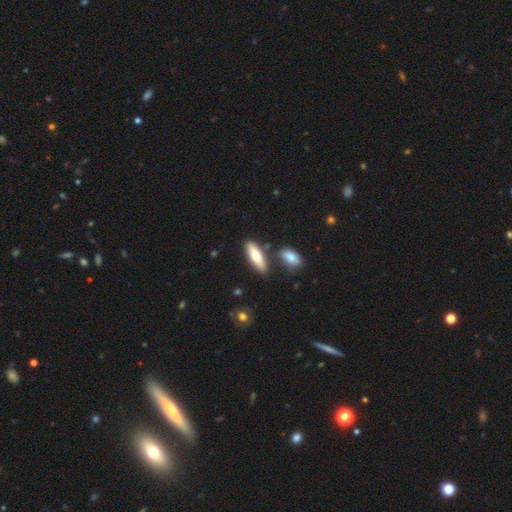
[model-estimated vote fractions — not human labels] The model was most divided on "how rounded": in between: 50%, cigar-shaped: 48%, round: 2%. More confident: merging — none (77%); smooth or featured — smooth (67%).